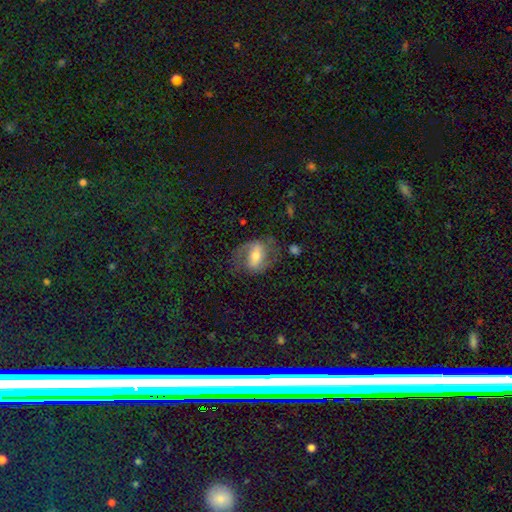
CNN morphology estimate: smooth-or-featured: featured or disk: 63% | smooth: 29% | star or artifact: 8%
  disk-edge-on: no: 94% | yes: 6%
    bar: strong: 45% | weak: 36% | no: 20%
    has-spiral-arms: yes: 80% | no: 20%
    bulge-size: moderate: 60% | small: 27% | large: 10% | none: 2% | dominant: 1%
  merging: none: 63% | minor disturbance: 20% | major disturbance: 16% | merger: 2%